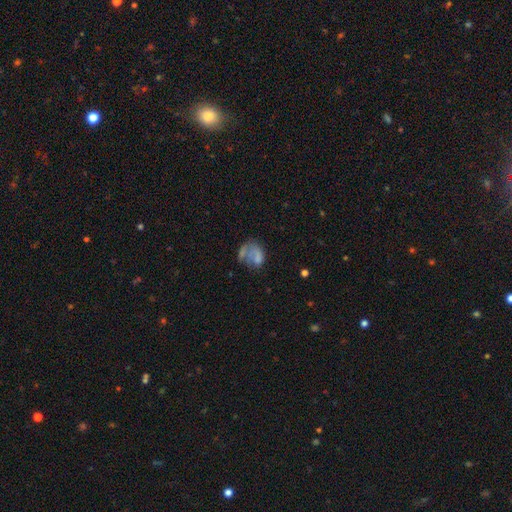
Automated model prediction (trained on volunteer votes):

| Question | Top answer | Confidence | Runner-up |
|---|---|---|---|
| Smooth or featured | smooth | 51% | featured or disk (37%) |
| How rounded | in between | 59% | round (40%) |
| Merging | major disturbance | 39% | none (28%) |